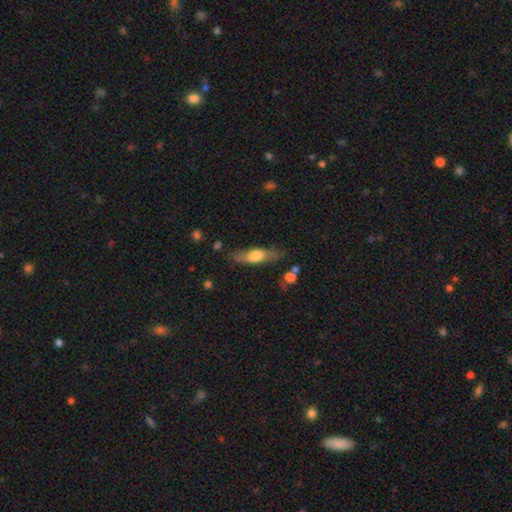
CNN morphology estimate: smooth_or_featured: smooth (p=0.57) [alt: featured or disk p=0.37]
how_rounded: cigar-shaped (p=0.57) [alt: in between p=0.41]
merging: none (p=0.74) [alt: minor disturbance p=0.17]